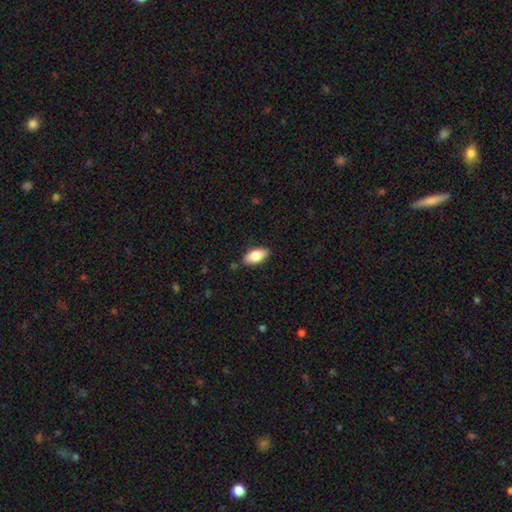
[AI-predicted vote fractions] Smooth or featured? smooth (81%)
How rounded? in between (89%)
Merging? none (86%)